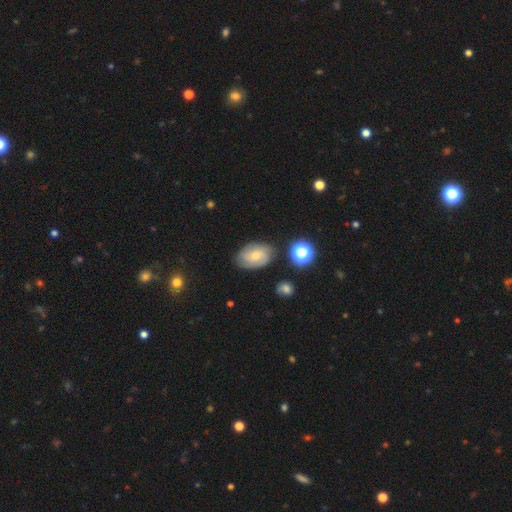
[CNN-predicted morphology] type=featured or disk (47%); merging=none (74%).